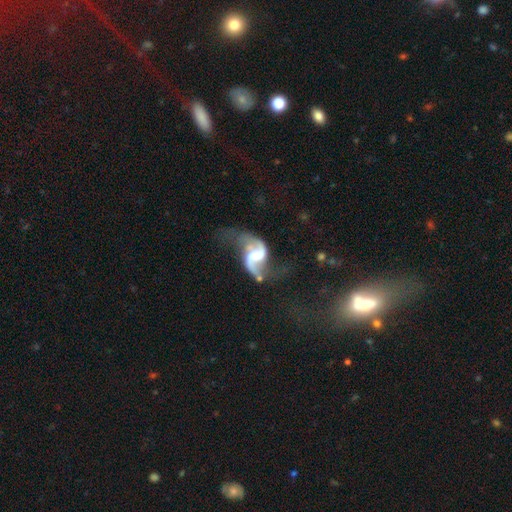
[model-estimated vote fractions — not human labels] Smooth or featured?
  - featured or disk: 90% *
  - smooth: 5%
  - star or artifact: 5%
Edge-on disk?
  - no: 98% *
  - yes: 2%
Bar?
  - weak: 47% *
  - strong: 29%
  - no: 24%
Spiral arms?
  - yes: 96% *
  - no: 4%
Spiral winding?
  - loose: 73% *
  - medium: 23%
  - tight: 4%
Spiral arm count?
  - 2: 93% *
  - 1: 2%
  - can't tell: 2%
  - 3: 1%
  - 4: 1%
  - more than 4: 1%
Bulge size?
  - none: 40% *
  - moderate: 23%
  - small: 20%
  - large: 15%
  - dominant: 2%
Merging?
  - none: 51% *
  - major disturbance: 23%
  - minor disturbance: 19%
  - merger: 7%